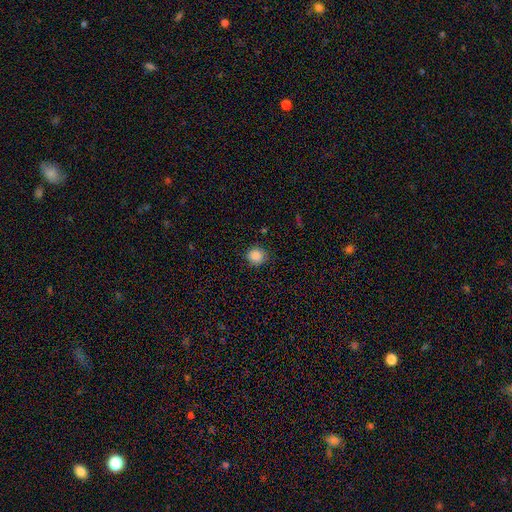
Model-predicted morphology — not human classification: A smooth galaxy with no disk features (87%) that is round (84%). Merging: none (87%).